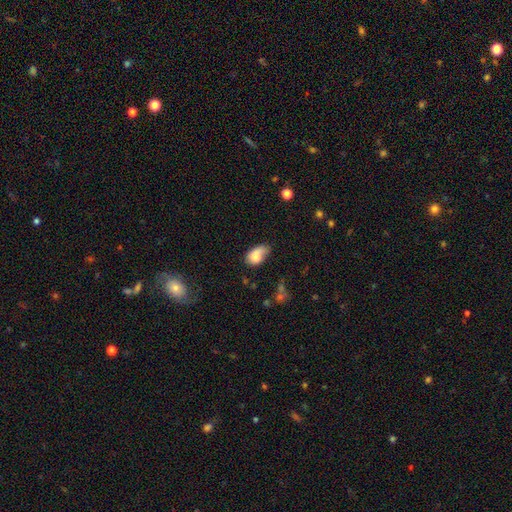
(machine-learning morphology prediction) Q: Smooth or featured?
A: smooth (75%); runner-up: featured or disk (17%)
Q: How rounded?
A: in between (87%); runner-up: round (11%)
Q: Merging?
A: minor disturbance (37%); runner-up: none (36%)